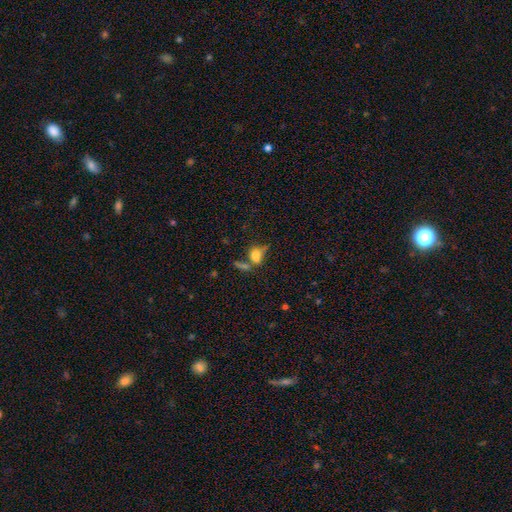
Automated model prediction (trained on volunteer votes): The model was most divided on "merging": none: 40%, merger: 28%, minor disturbance: 17%, major disturbance: 14%. More confident: smooth or featured — smooth (67%); how rounded — in between (62%).